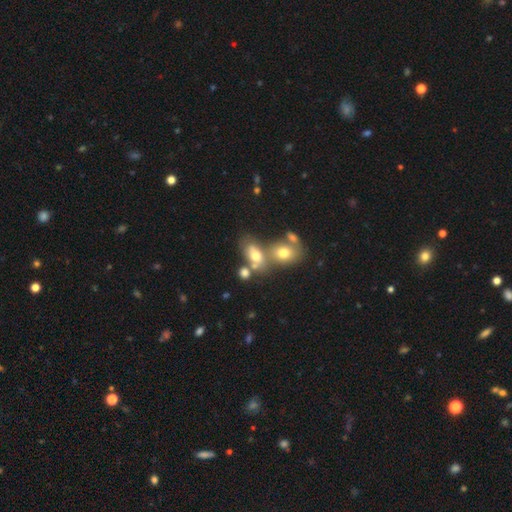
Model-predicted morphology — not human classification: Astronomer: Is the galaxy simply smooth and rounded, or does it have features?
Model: smooth — 66%.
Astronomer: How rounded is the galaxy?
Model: in between — 78%.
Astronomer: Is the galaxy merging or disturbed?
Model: merger — 50% (runner-up: none, 32%).